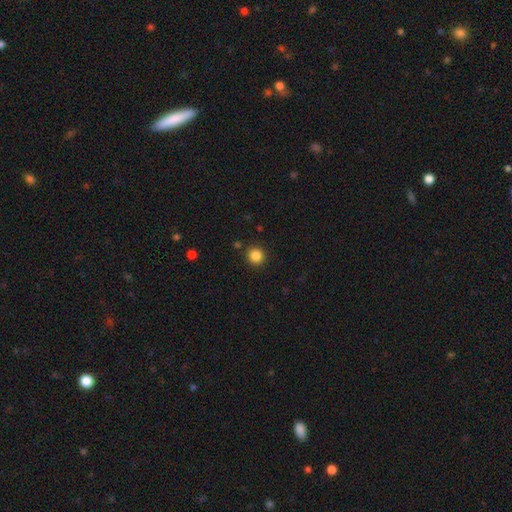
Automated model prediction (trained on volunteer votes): A smooth galaxy with no disk features (85%) that is round (93%).

Vote fractions:
- Smooth or featured? smooth: 85% / star or artifact: 11% / featured or disk: 4%
- How rounded? round: 93% / in between: 6% / cigar-shaped: 1%
- Merging? none: 90% / minor disturbance: 6% / merger: 2% / major disturbance: 2%